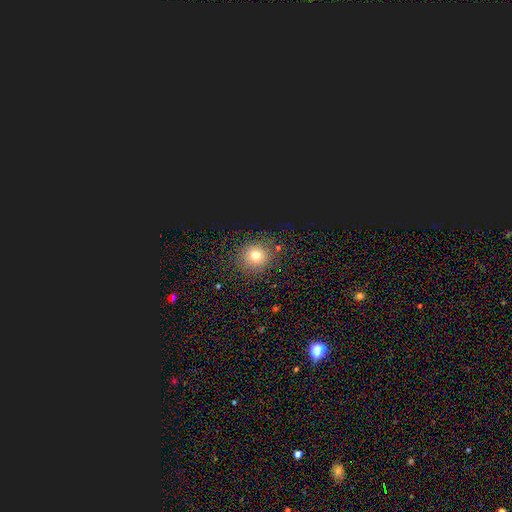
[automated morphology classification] smooth-or-featured: smooth: 71% | star or artifact: 22% | featured or disk: 8%
  how-rounded: round: 90% | in between: 9% | cigar-shaped: 1%
  merging: none: 88% | minor disturbance: 7% | major disturbance: 3% | merger: 2%